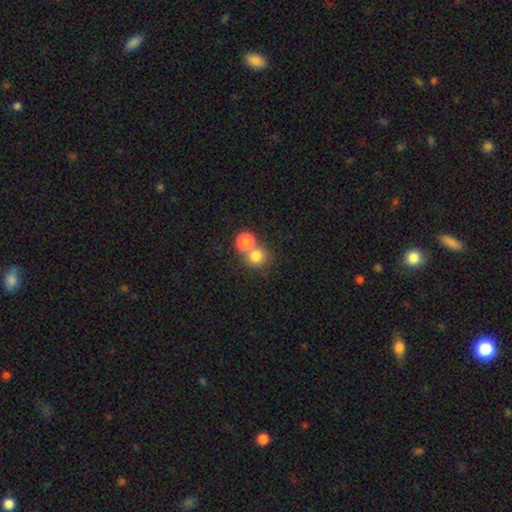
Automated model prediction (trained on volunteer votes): Q: Smooth or featured?
A: smooth (78%); runner-up: star or artifact (13%)
Q: How rounded?
A: round (86%); runner-up: in between (13%)
Q: Merging?
A: none (48%); runner-up: merger (43%)